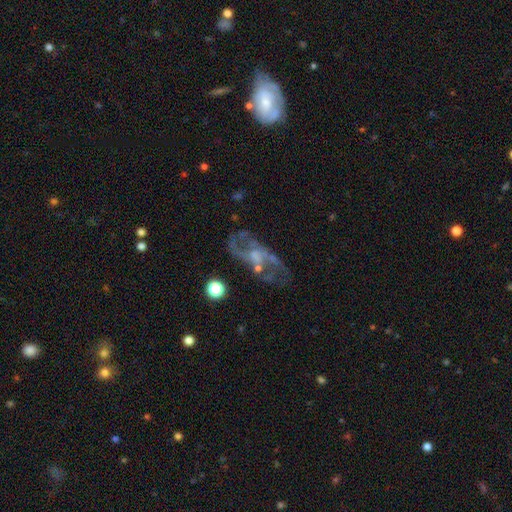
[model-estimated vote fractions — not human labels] Smooth or featured: featured or disk — 76% (smooth — 13%)
Edge-on disk: no — 93% (yes — 7%)
Bar: no — 58% (weak — 34%)
Spiral arms: yes — 73% (no — 27%)
Spiral winding: loose — 42% (medium — 41%)
Spiral arm count: 2 — 54% (can't tell — 27%)
Bulge size: small — 43% (moderate — 29%)
Merging: none — 53% (major disturbance — 20%)